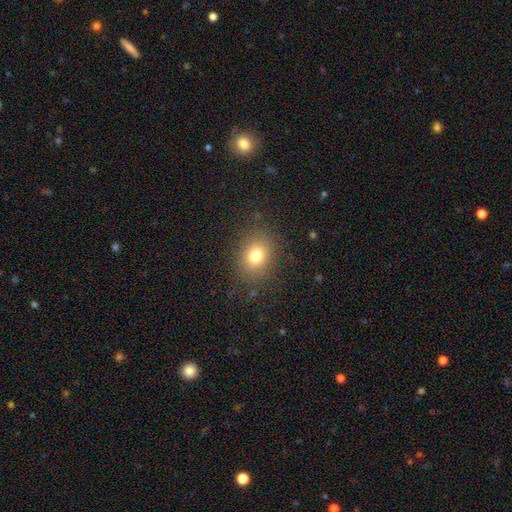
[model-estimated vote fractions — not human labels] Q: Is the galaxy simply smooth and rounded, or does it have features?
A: smooth — 76%.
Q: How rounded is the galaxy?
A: round — 58%.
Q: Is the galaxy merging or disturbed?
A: none — 84%.